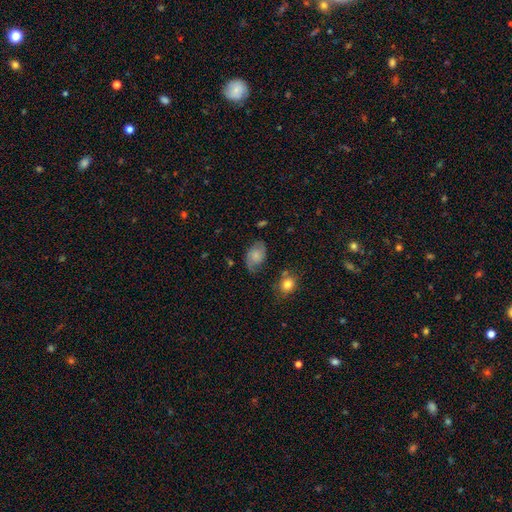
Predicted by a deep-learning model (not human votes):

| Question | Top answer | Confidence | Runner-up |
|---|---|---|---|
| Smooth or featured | smooth | 58% | featured or disk (33%) |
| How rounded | in between | 85% | round (13%) |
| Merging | none | 62% | minor disturbance (26%) |